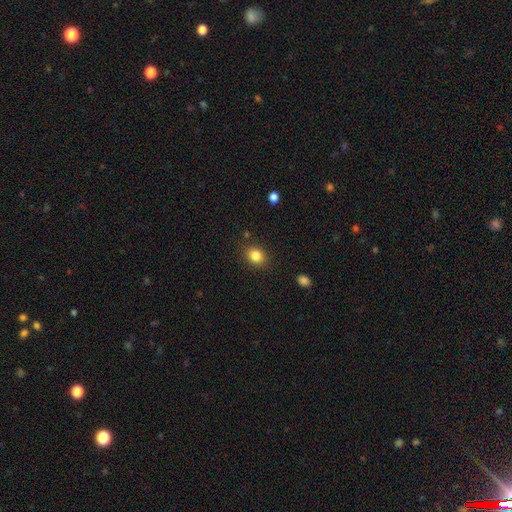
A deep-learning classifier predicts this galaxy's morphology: Smooth or featured?
  - smooth: 84% *
  - star or artifact: 11%
  - featured or disk: 5%
How rounded?
  - round: 57% *
  - in between: 42%
  - cigar-shaped: 1%
Merging?
  - none: 86% *
  - minor disturbance: 9%
  - major disturbance: 3%
  - merger: 2%